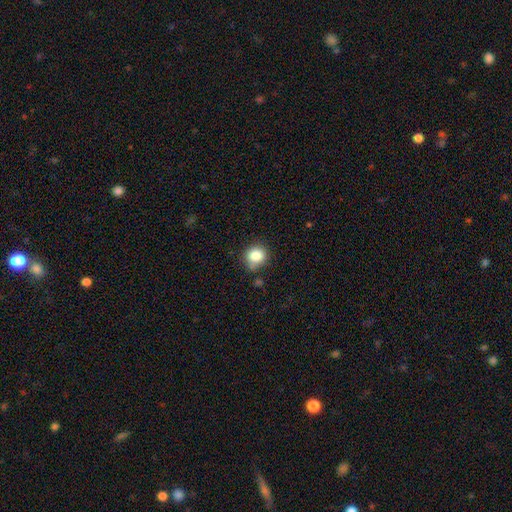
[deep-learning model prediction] Q: Smooth or featured?
A: smooth (84%); runner-up: star or artifact (10%)
Q: How rounded?
A: round (81%); runner-up: in between (19%)
Q: Merging?
A: none (74%); runner-up: minor disturbance (17%)